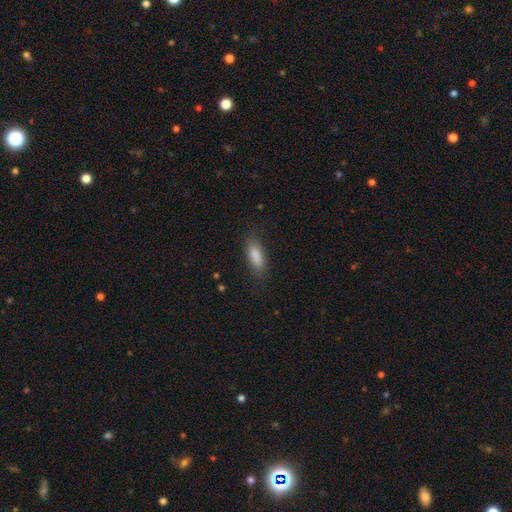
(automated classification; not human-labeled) smooth 86%, star or artifact 7%, featured or disk 7%. Down the decision tree: how rounded — in between (70%); merging — none (80%).